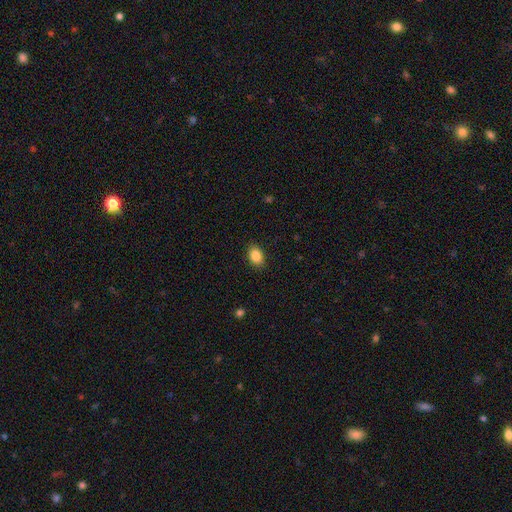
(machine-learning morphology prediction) Smooth or featured? Predicted: smooth (p=0.87). How rounded? Predicted: in between (p=0.82). Merging? Predicted: none (p=0.88).